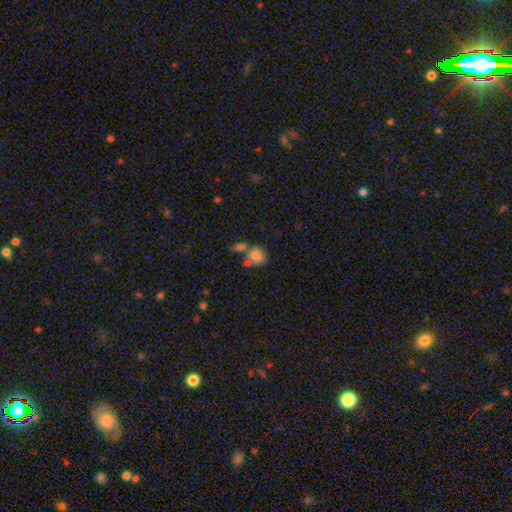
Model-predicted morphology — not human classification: A smooth galaxy with no disk features (78%) that is round (66%).

Vote fractions:
- Smooth or featured? smooth: 78% / featured or disk: 13% / star or artifact: 9%
- How rounded? round: 66% / in between: 33% / cigar-shaped: 1%
- Merging? none: 47% / merger: 33% / minor disturbance: 15% / major disturbance: 6%